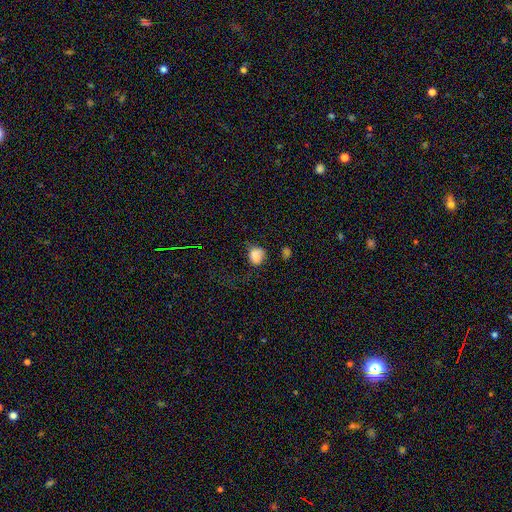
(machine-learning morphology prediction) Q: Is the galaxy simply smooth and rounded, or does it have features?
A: smooth — 74%.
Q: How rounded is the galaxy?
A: round — 60%.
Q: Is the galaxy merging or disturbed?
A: none — 45%.